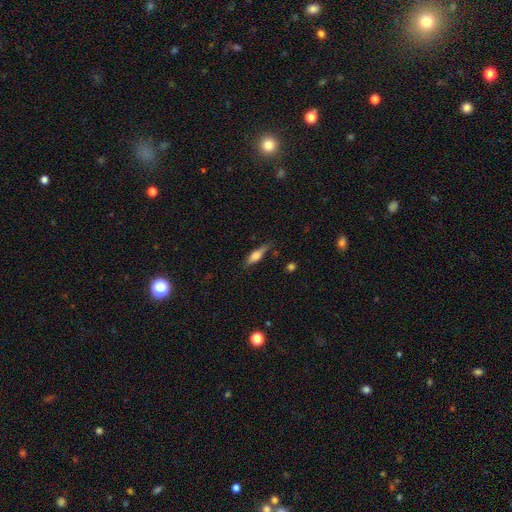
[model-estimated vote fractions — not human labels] A smooth galaxy with no disk features (51%) that is cigar-shaped (55%). Merging: none (74%).